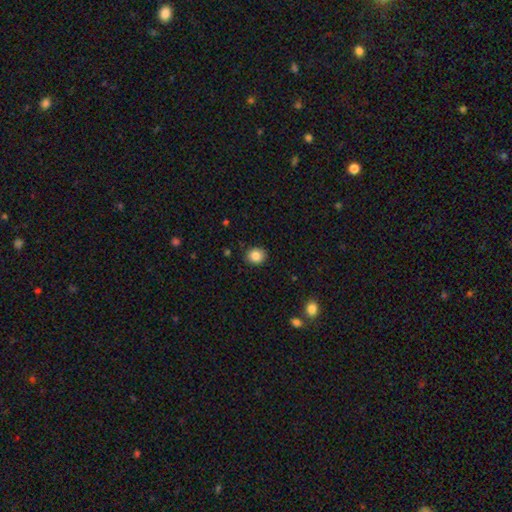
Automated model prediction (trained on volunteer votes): Morphology: type=smooth (86%); roundness=round (77%); merging=none (89%).